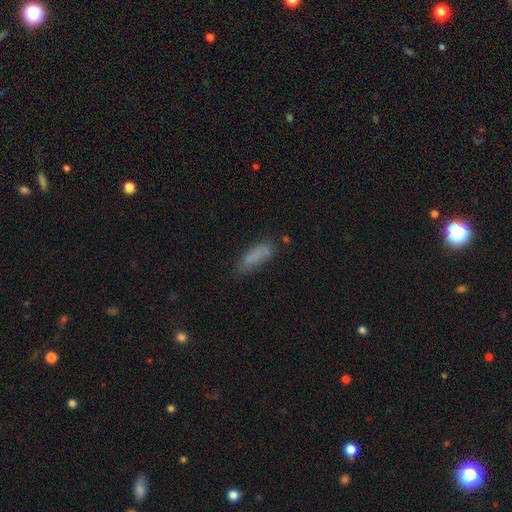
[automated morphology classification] Smooth or featured? smooth (76%)
How rounded? in between (55%)
Merging? none (61%)